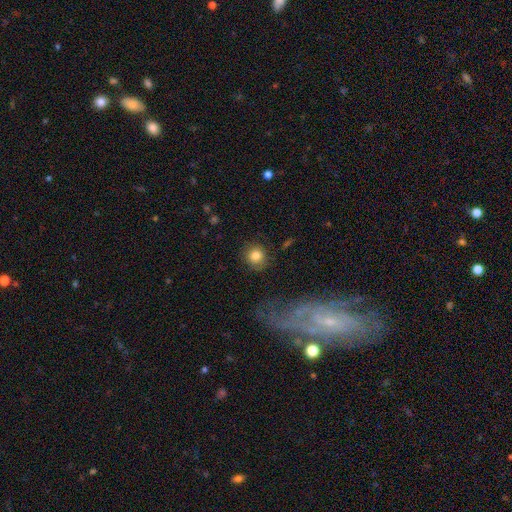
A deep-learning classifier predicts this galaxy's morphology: The model was most divided on "smooth or featured": smooth: 82%, star or artifact: 10%, featured or disk: 8%. More confident: how rounded — round (89%); merging — none (84%).